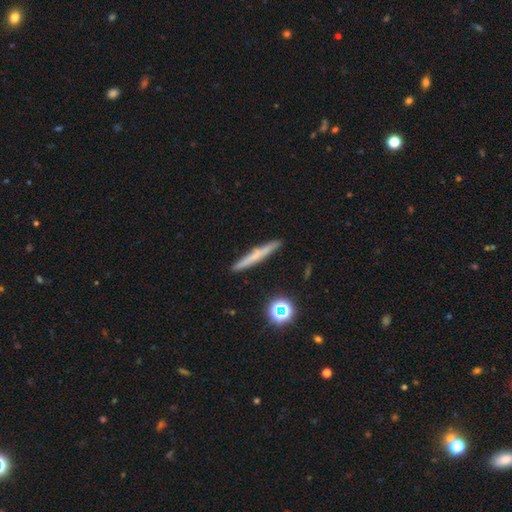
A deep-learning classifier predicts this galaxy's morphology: Q: Smooth or featured?
A: smooth (51%); runner-up: featured or disk (39%)
Q: How rounded?
A: cigar-shaped (94%); runner-up: in between (3%)
Q: Merging?
A: none (90%); runner-up: minor disturbance (7%)